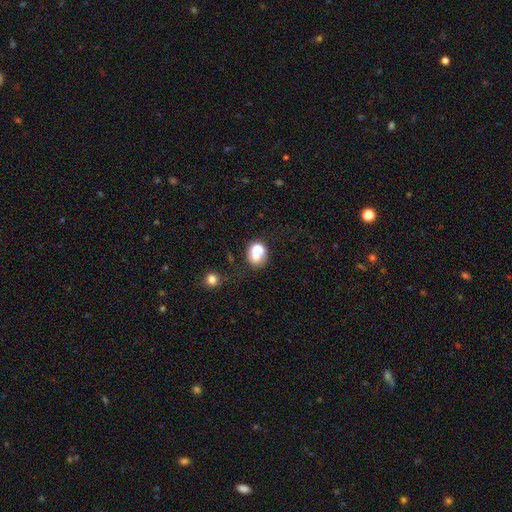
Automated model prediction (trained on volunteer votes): smooth 66%, star or artifact 21%, featured or disk 13%. Down the decision tree: how rounded — round (59%); merging — none (53%).